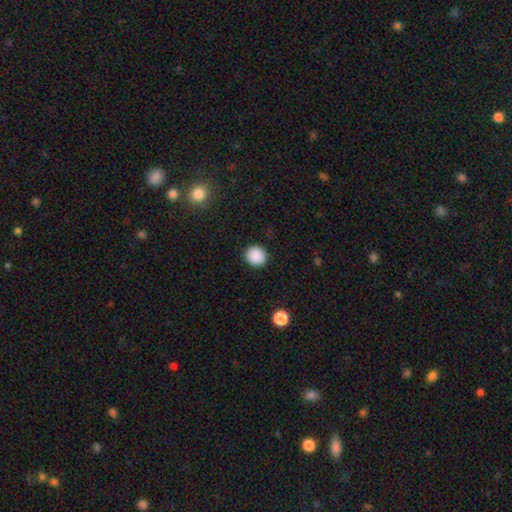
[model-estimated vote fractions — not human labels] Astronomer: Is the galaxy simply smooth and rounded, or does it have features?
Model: smooth — 89%.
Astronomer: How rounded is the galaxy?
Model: round — 87%.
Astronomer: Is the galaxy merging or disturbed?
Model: none — 91%.